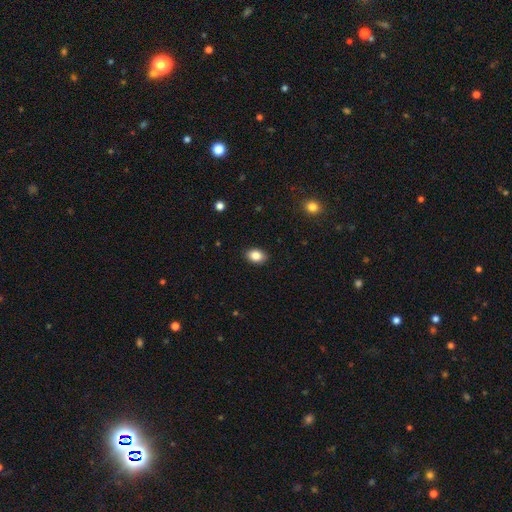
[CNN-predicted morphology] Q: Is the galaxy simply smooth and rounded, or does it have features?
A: smooth — 86%.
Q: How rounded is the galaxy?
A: in between — 74%.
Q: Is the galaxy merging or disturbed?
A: none — 89%.